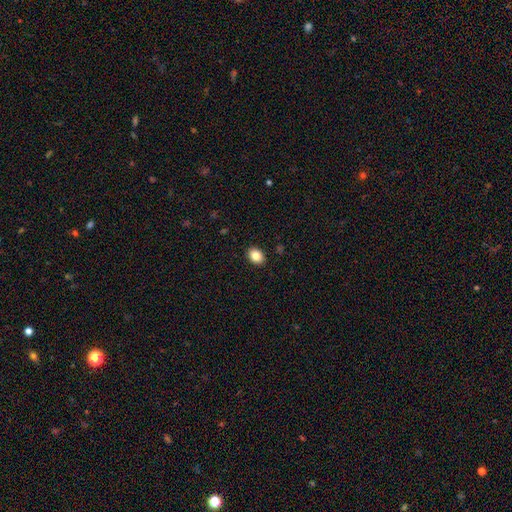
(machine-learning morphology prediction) This appears to be a smooth galaxy with no disk features (85%) that is in between round and cigar-shaped (58%). Merging: none (91%).